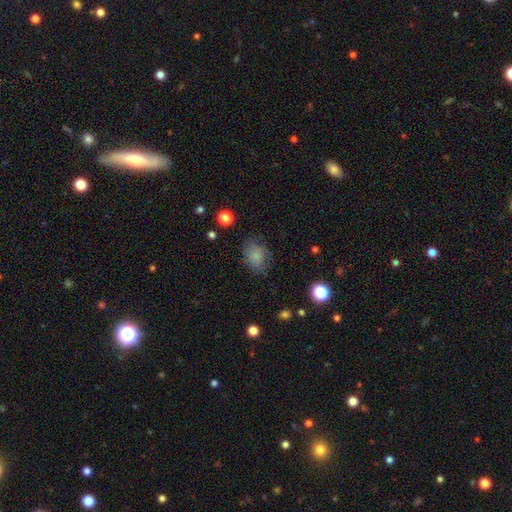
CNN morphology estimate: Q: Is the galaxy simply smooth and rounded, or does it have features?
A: smooth — 80%.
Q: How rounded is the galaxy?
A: in between — 64%.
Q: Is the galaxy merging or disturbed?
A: none — 71%.